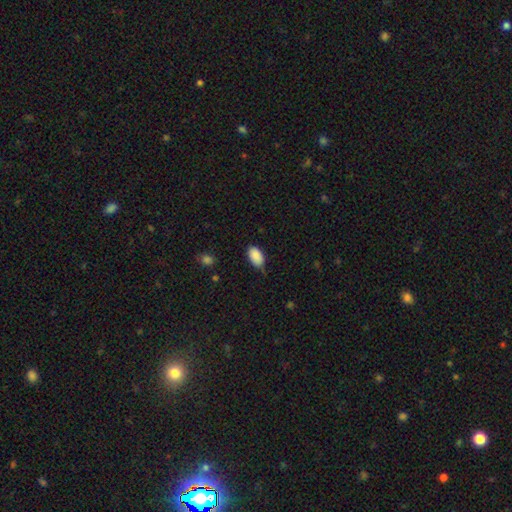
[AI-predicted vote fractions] Smooth or featured: smooth — 89% (star or artifact — 7%)
How rounded: in between — 94% (round — 5%)
Merging: none — 71% (minor disturbance — 24%)